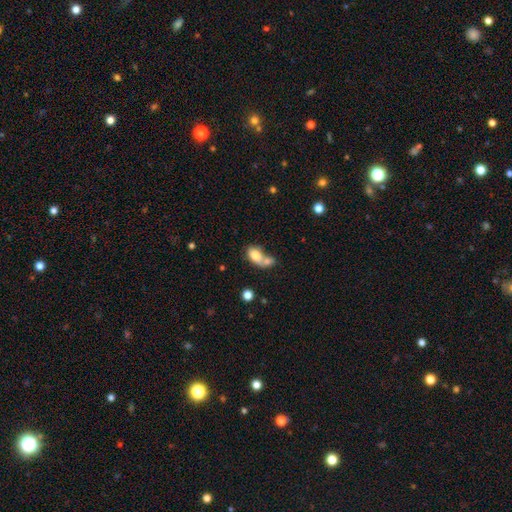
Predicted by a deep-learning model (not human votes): Smooth or featured: smooth — 75% (featured or disk — 16%)
How rounded: in between — 82% (round — 14%)
Merging: merger — 64% (none — 20%)